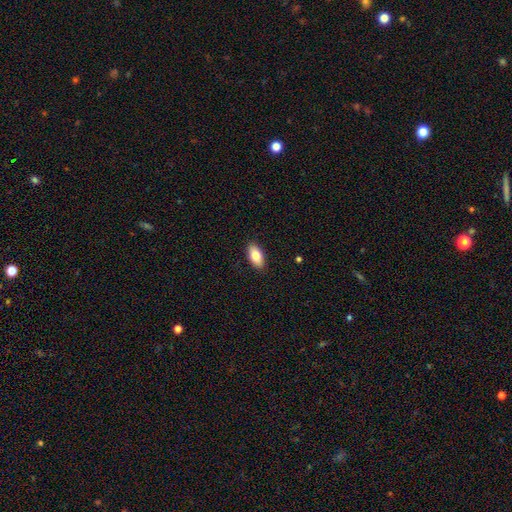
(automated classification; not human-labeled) This is likely a smooth galaxy (79%). How rounded: clearly in between (90%). Merging: clearly none (89%).